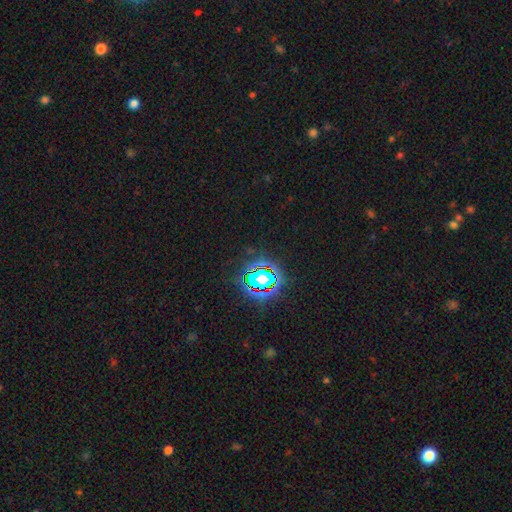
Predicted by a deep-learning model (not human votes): A star or artifact, not a galaxy (82%).